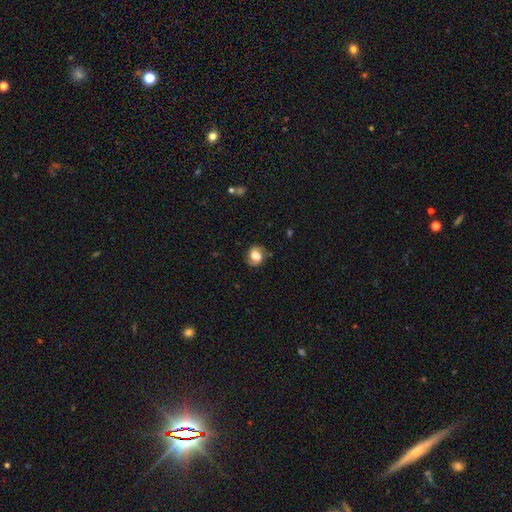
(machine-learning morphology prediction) A smooth galaxy with no disk features (54%) that is round (51%). Merging: none (74%).